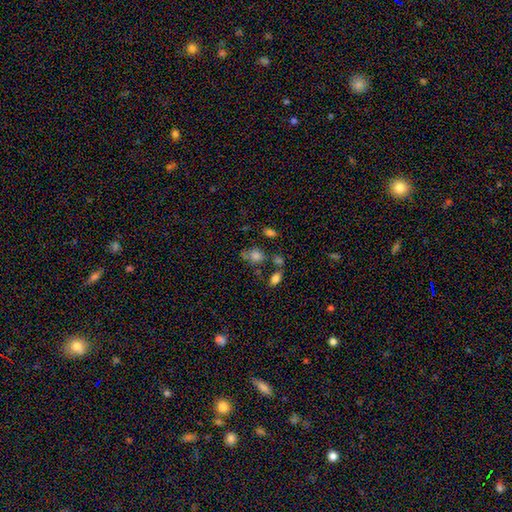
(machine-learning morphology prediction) Smooth or featured?
  - smooth: 76% *
  - star or artifact: 12%
  - featured or disk: 11%
How rounded?
  - in between: 60% *
  - round: 38%
  - cigar-shaped: 2%
Merging?
  - none: 47% *
  - minor disturbance: 22%
  - merger: 18%
  - major disturbance: 13%